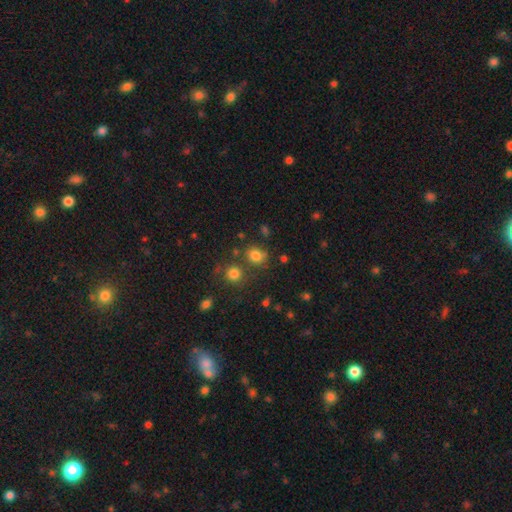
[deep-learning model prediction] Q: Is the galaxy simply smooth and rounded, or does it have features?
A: smooth — 77%.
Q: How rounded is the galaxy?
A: round — 67%.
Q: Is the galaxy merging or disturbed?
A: none — 70%.